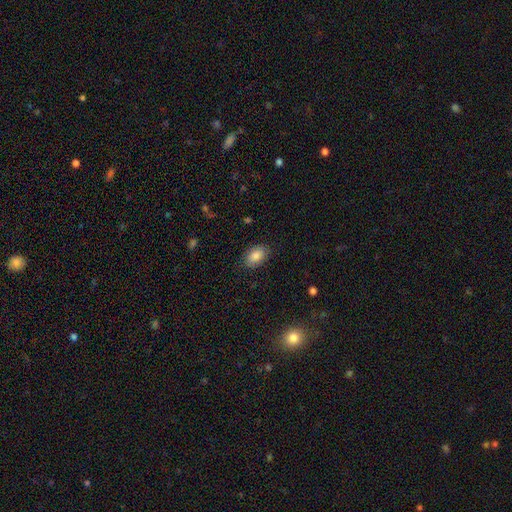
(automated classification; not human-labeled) This is clearly a smooth galaxy (87%). How rounded: clearly in between (91%). Merging: clearly none (84%).